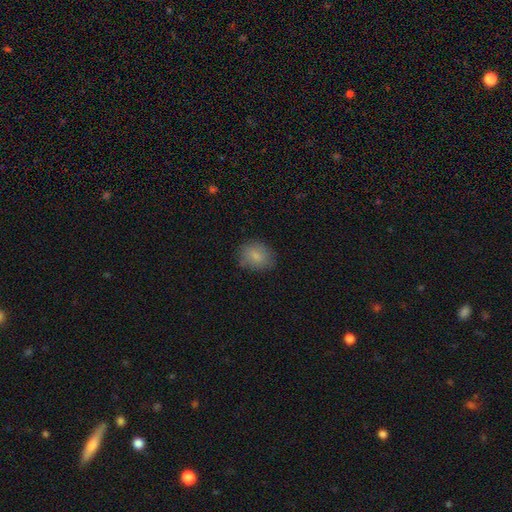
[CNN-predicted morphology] This is clearly a smooth galaxy (83%). How rounded: possibly in between (55%). Merging: likely none (79%).